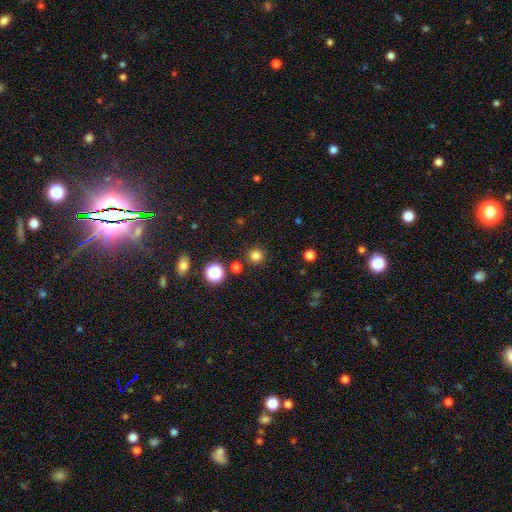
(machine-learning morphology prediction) Overall: smooth (80%). How rounded: round (95%). Merging: none (88%).